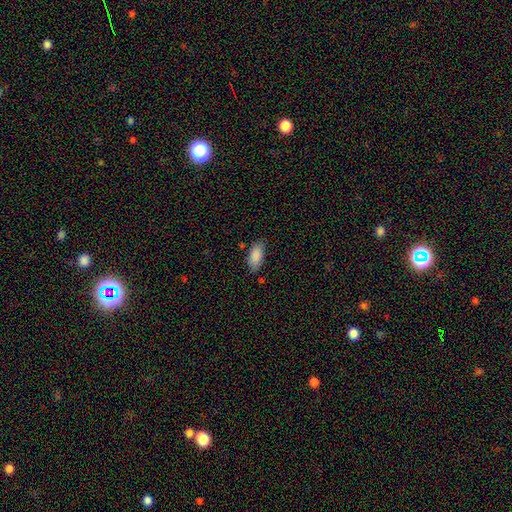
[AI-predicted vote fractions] Smooth or featured?
  - smooth: 88% *
  - star or artifact: 6%
  - featured or disk: 5%
How rounded?
  - in between: 90% *
  - cigar-shaped: 8%
  - round: 2%
Merging?
  - none: 76% *
  - minor disturbance: 18%
  - major disturbance: 3%
  - merger: 2%